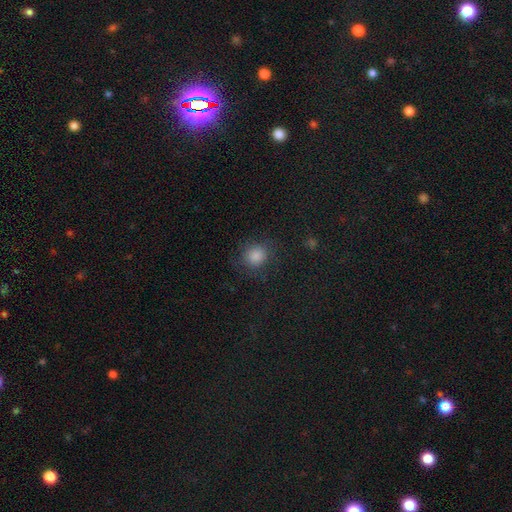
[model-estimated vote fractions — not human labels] Morphology: type=smooth (80%); roundness=round (85%); merging=none (79%).